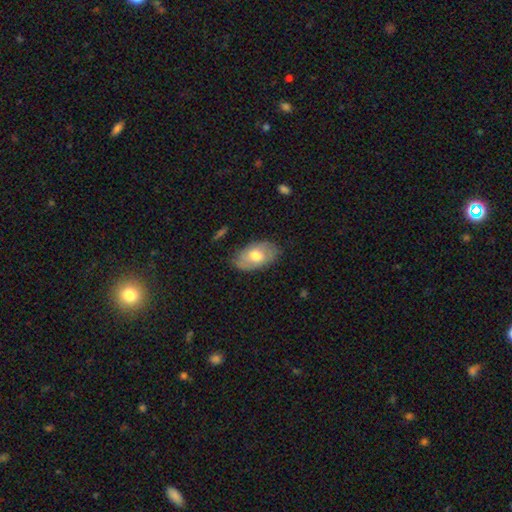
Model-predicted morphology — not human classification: smooth-or-featured: smooth: 60% | featured or disk: 34% | star or artifact: 6%
  how-rounded: in between: 93% | round: 6% | cigar-shaped: 2%
  merging: none: 77% | minor disturbance: 18% | major disturbance: 4% | merger: 1%